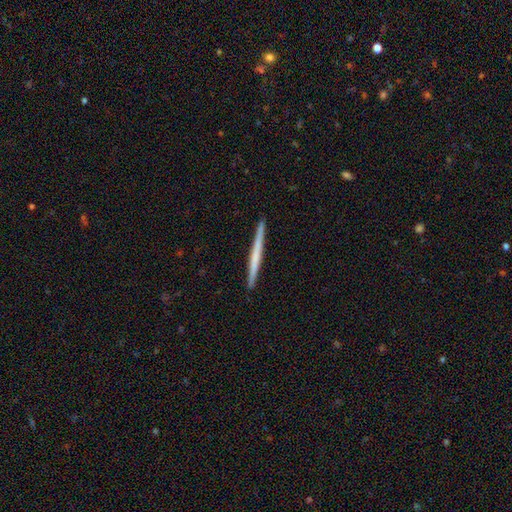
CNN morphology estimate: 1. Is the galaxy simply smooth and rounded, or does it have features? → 52% featured or disk, 43% smooth, 5% star or artifact.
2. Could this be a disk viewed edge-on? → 98% yes, 2% no.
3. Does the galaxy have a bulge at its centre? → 78% none, 15% rounded, 7% boxy.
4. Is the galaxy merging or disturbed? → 93% none, 5% minor disturbance, 1% major disturbance, 1% merger.